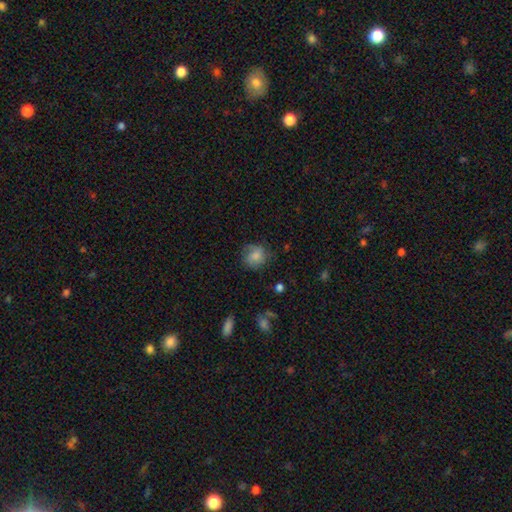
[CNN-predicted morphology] A smooth galaxy with no disk features (77%) that is round (78%).

Vote fractions:
- Smooth or featured? smooth: 77% / featured or disk: 14% / star or artifact: 9%
- How rounded? round: 78% / in between: 21% / cigar-shaped: 1%
- Merging? none: 66% / minor disturbance: 23% / major disturbance: 9% / merger: 2%